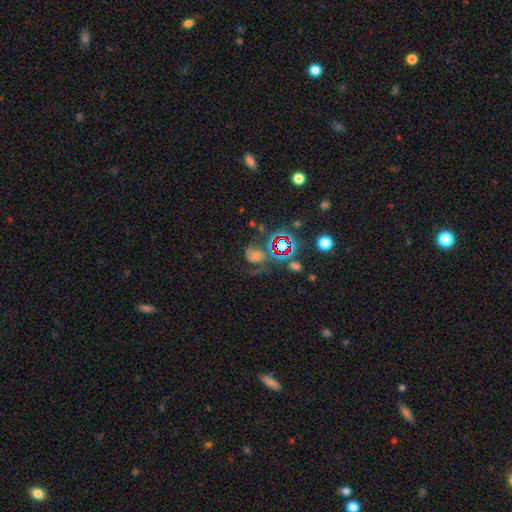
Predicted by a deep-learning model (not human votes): Smooth or featured: featured or disk — 39% (star or artifact — 33%)
Merging: none — 43% (major disturbance — 29%)